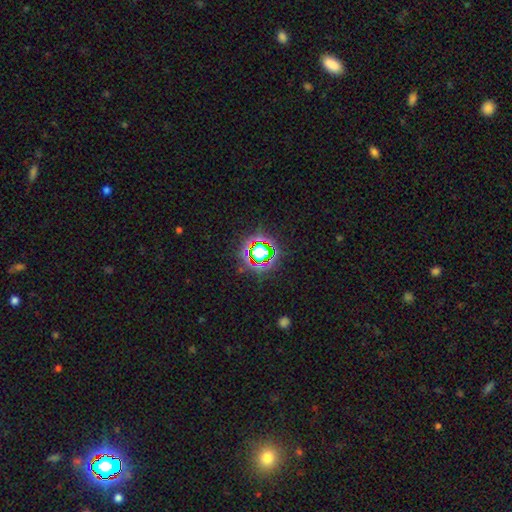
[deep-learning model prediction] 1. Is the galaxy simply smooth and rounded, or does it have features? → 67% star or artifact, 21% smooth, 12% featured or disk.